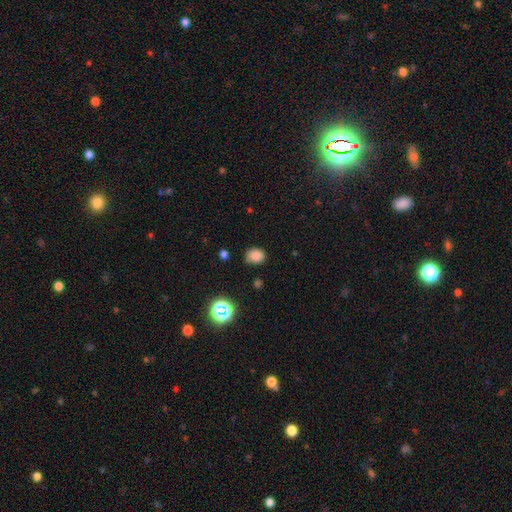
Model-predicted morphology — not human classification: Overall: smooth (81%). How rounded: round (59%; in between 41%). Merging: none (72%).